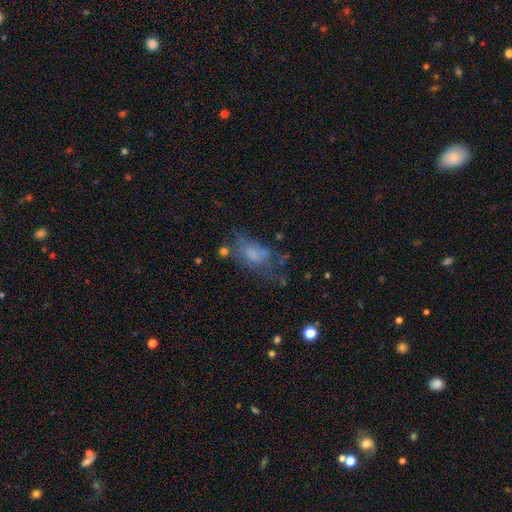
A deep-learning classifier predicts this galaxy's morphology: This is possibly a smooth galaxy (55%). How rounded: clearly in between (84%). Merging: marginally none (38%).